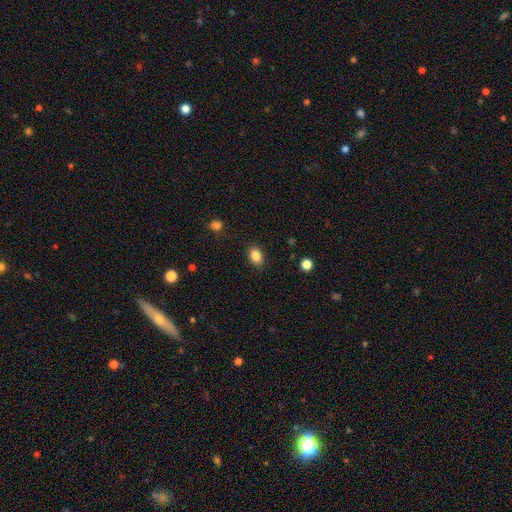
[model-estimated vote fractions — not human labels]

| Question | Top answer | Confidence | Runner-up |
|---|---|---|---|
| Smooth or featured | smooth | 87% | star or artifact (9%) |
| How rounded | in between | 76% | round (22%) |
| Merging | none | 87% | minor disturbance (9%) |